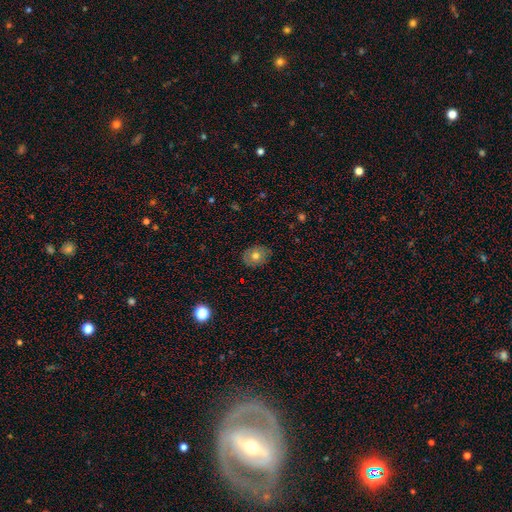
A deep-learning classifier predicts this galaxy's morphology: This is likely a smooth galaxy (67%). How rounded: possibly round (54%). Merging: clearly none (83%).